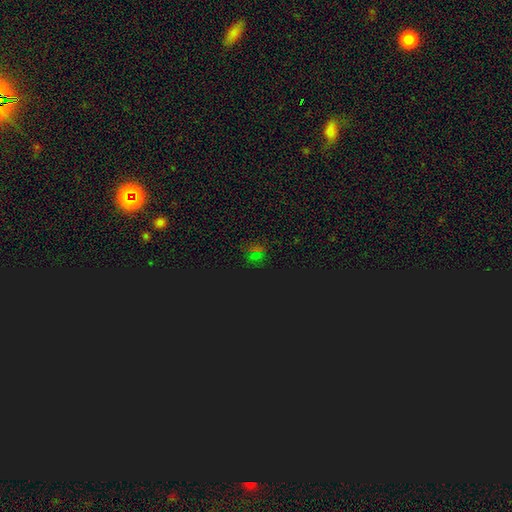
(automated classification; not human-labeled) smooth-or-featured: star or artifact: 63% | smooth: 30% | featured or disk: 7%